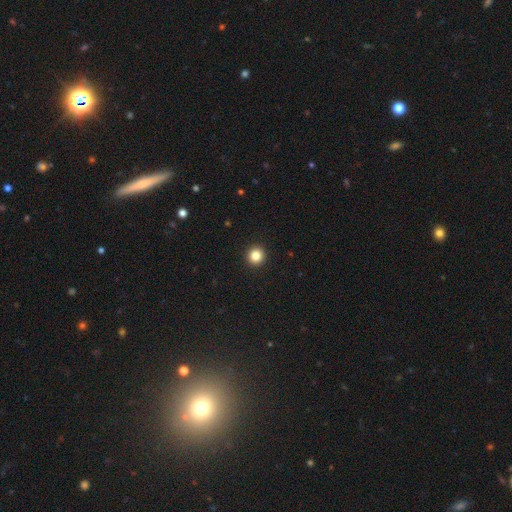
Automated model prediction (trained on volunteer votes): smooth 85%, star or artifact 11%, featured or disk 4%. Down the decision tree: how rounded — round (93%); merging — none (94%).